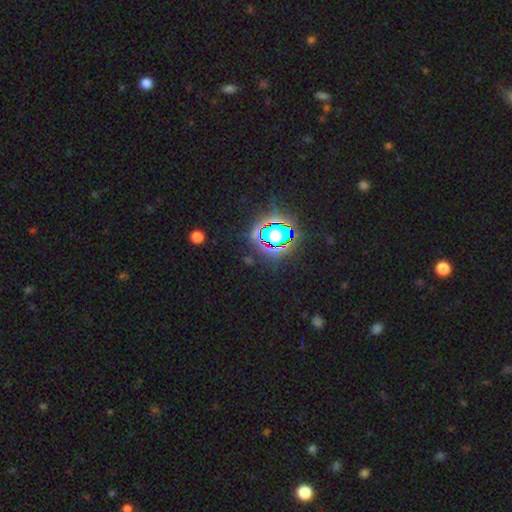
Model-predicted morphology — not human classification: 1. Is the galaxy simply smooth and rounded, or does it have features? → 83% star or artifact, 11% smooth, 6% featured or disk.